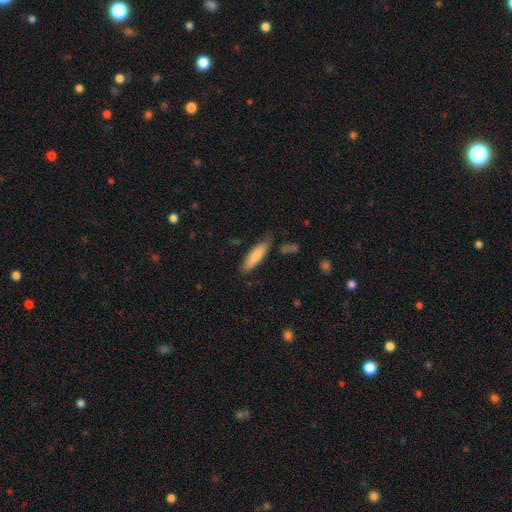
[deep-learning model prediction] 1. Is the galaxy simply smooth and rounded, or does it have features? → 82% smooth, 12% featured or disk, 6% star or artifact.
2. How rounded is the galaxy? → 59% cigar-shaped, 40% in between, 2% round.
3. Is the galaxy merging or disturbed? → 75% none, 18% minor disturbance, 4% major disturbance, 3% merger.